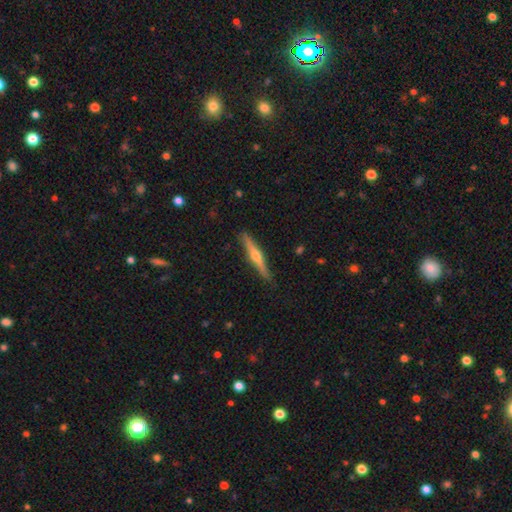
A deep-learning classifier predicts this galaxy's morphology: smooth_or_featured: featured or disk (p=0.72) [alt: smooth p=0.22]
disk_edge_on: yes (p=0.98) [alt: no p=0.02]
edge_on_bulge: rounded (p=0.91) [alt: none p=0.05]
merging: none (p=0.90) [alt: minor disturbance p=0.07]